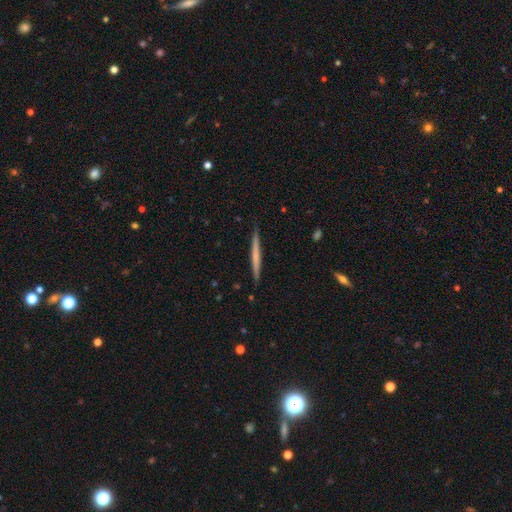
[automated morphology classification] Overall: smooth (48%; featured or disk 47%). Merging: none (90%).